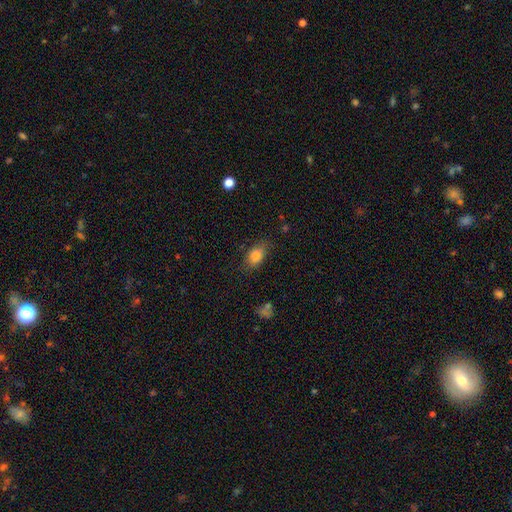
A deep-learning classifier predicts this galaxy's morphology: smooth_or_featured: smooth (p=0.82) [alt: featured or disk p=0.09]
how_rounded: in between (p=0.84) [alt: round p=0.13]
merging: none (p=0.77) [alt: minor disturbance p=0.17]